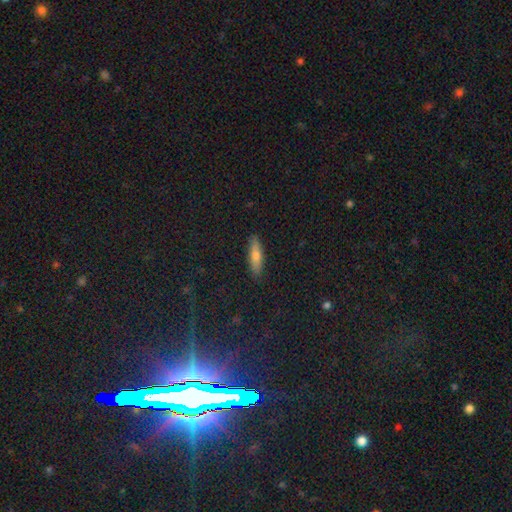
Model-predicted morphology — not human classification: smooth_or_featured: smooth (p=0.62) [alt: featured or disk p=0.27]
how_rounded: cigar-shaped (p=0.68) [alt: in between p=0.29]
merging: none (p=0.90) [alt: minor disturbance p=0.07]